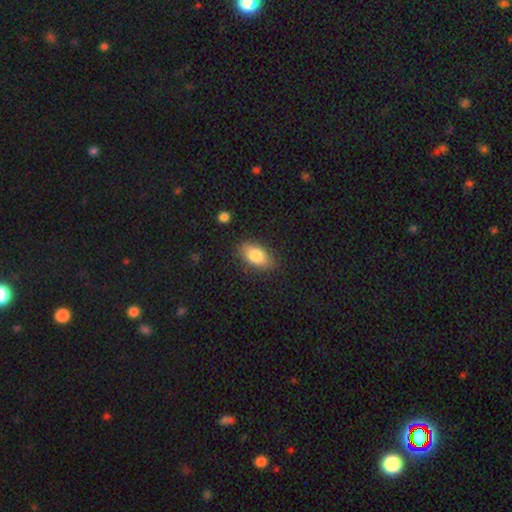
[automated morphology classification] A smooth galaxy with no disk features (83%) that is in between round and cigar-shaped (90%). Merging: none (84%).